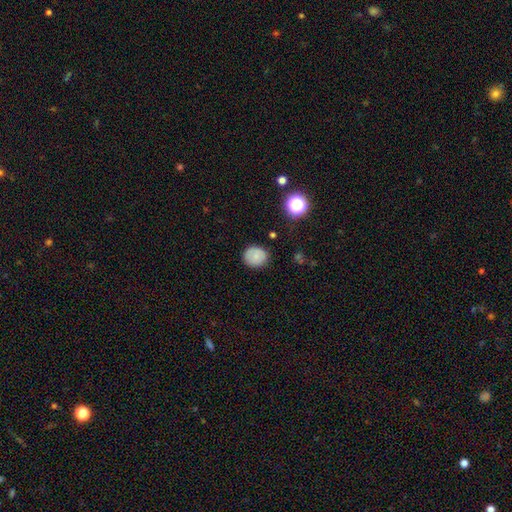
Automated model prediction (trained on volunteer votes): This is clearly a smooth galaxy (80%). How rounded: likely round (79%). Merging: clearly none (83%).